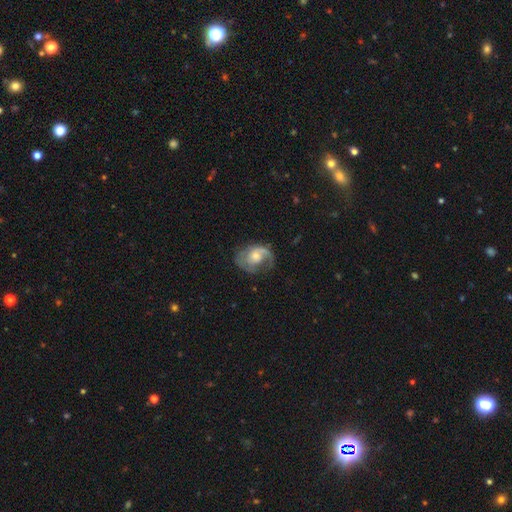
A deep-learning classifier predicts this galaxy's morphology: Smooth or featured? Predicted: featured or disk (p=0.72). Edge-on disk? Predicted: no (p=0.97). Bar? Predicted: no (p=0.69). Spiral arms? Predicted: yes (p=0.88). Spiral winding? Predicted: medium (p=0.43). Spiral arm count? Predicted: 2 (p=0.53). Bulge size? Predicted: moderate (p=0.53). Merging? Predicted: none (p=0.56).